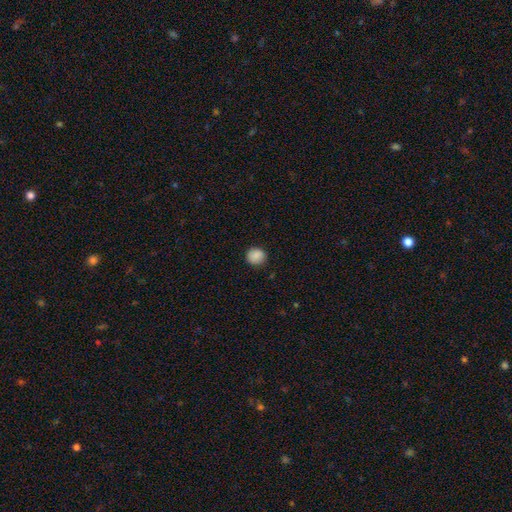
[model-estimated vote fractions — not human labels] Q: Smooth or featured?
A: smooth (88%); runner-up: star or artifact (9%)
Q: How rounded?
A: round (85%); runner-up: in between (14%)
Q: Merging?
A: none (86%); runner-up: minor disturbance (10%)